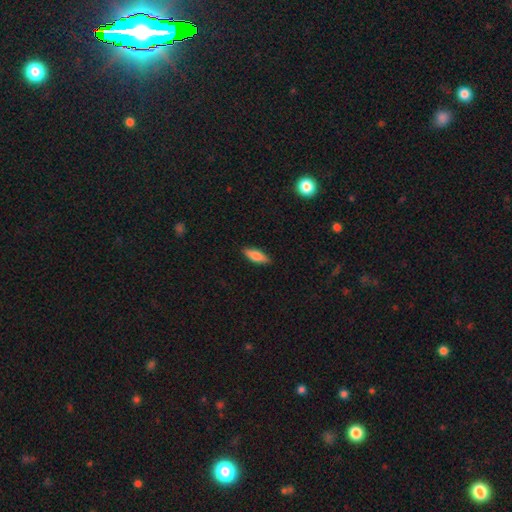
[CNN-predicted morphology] The model was most divided on "how rounded": in between: 56%, cigar-shaped: 41%, round: 2%. More confident: merging — none (87%); smooth or featured — smooth (76%).